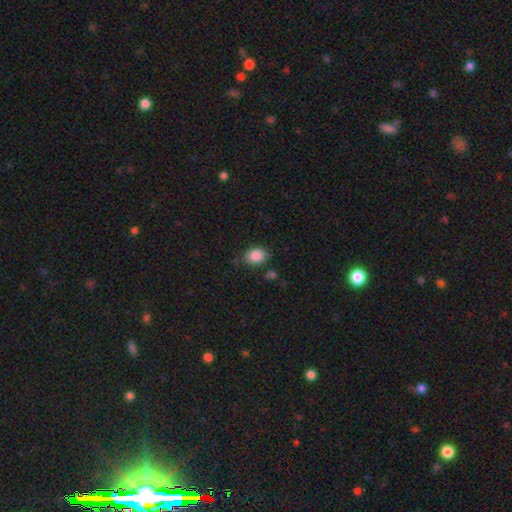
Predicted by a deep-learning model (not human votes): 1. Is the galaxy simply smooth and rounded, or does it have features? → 87% smooth, 9% star or artifact, 5% featured or disk.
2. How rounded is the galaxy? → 59% in between, 40% round, 1% cigar-shaped.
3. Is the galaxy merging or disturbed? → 74% none, 18% minor disturbance, 5% major disturbance, 4% merger.